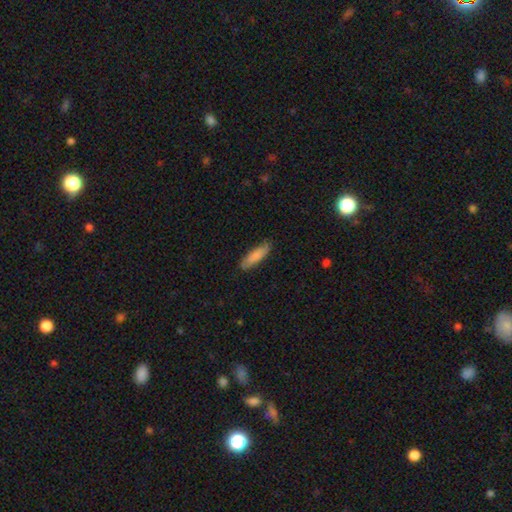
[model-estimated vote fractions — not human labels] Smooth or featured: smooth — 82% (featured or disk — 13%)
How rounded: cigar-shaped — 58% (in between — 41%)
Merging: none — 82% (minor disturbance — 14%)